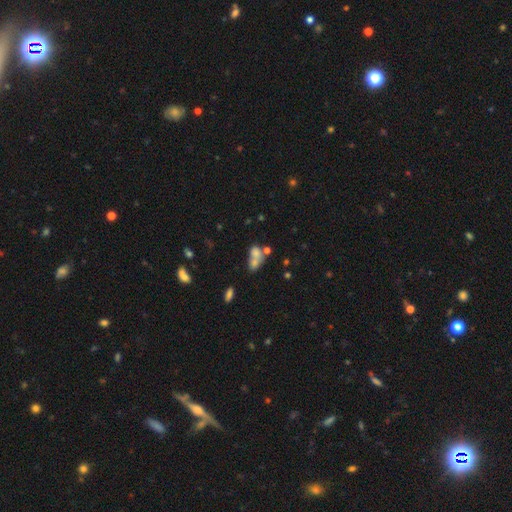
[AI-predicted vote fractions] This appears to be a smooth galaxy with no disk features (68%) that is in between round and cigar-shaped (68%). Merging: merger (61%).